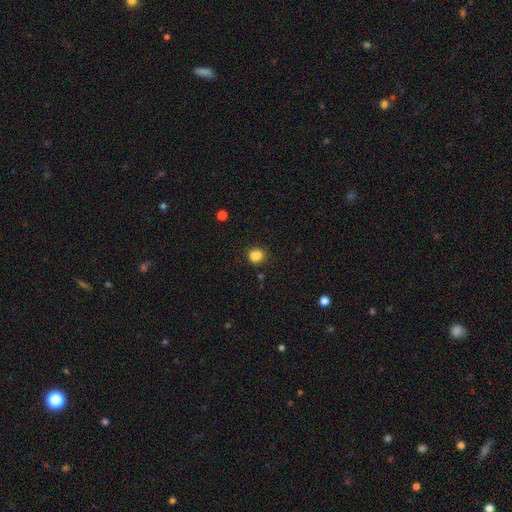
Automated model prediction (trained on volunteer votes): Smooth or featured: smooth — 82% (star or artifact — 12%)
How rounded: round — 70% (in between — 29%)
Merging: none — 68% (minor disturbance — 15%)